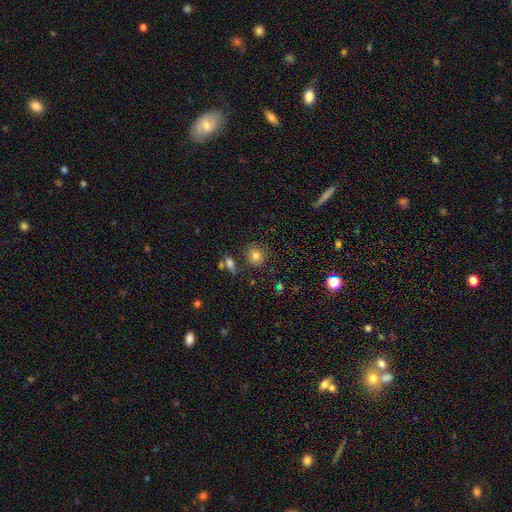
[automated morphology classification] Q: Smooth or featured?
A: smooth (79%); runner-up: star or artifact (12%)
Q: How rounded?
A: round (78%); runner-up: in between (20%)
Q: Merging?
A: none (76%); runner-up: minor disturbance (13%)